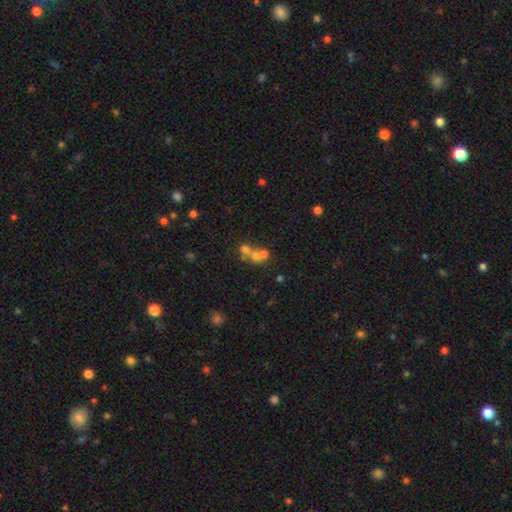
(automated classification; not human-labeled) Q: Smooth or featured?
A: smooth (52%); runner-up: featured or disk (27%)
Q: How rounded?
A: round (77%); runner-up: in between (22%)
Q: Merging?
A: merger (57%); runner-up: none (32%)